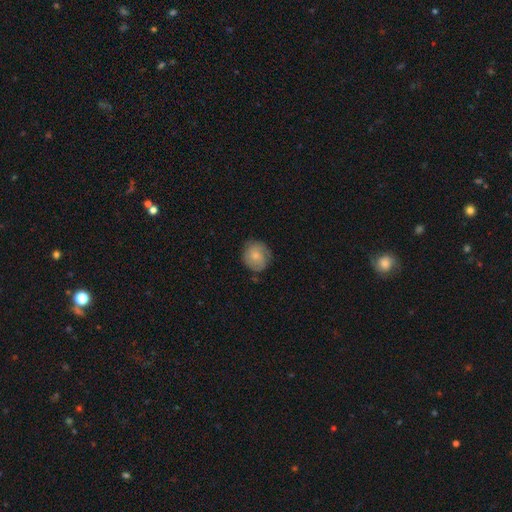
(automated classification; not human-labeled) Smooth or featured? Predicted: smooth (p=0.52). How rounded? Predicted: round (p=0.82). Merging? Predicted: none (p=0.74).